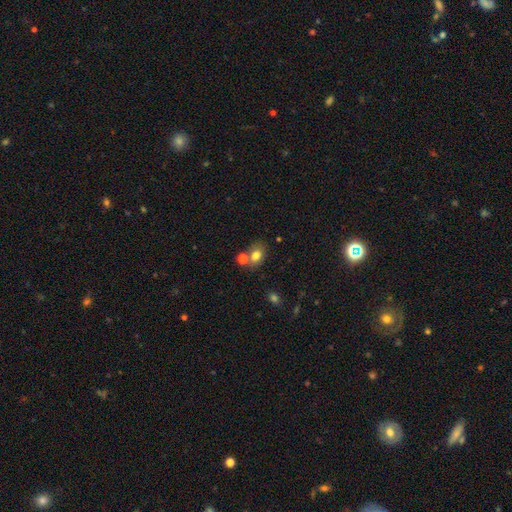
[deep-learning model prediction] Smooth or featured? smooth (76%)
How rounded? in between (63%)
Merging? none (60%)